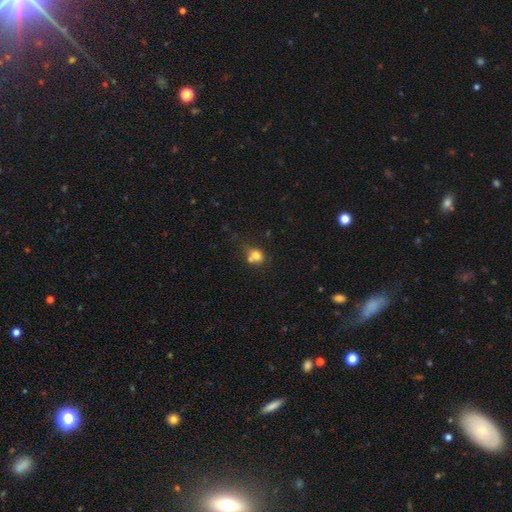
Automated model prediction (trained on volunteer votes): Smooth or featured? Predicted: smooth (p=0.76). How rounded? Predicted: round (p=0.70). Merging? Predicted: none (p=0.43).